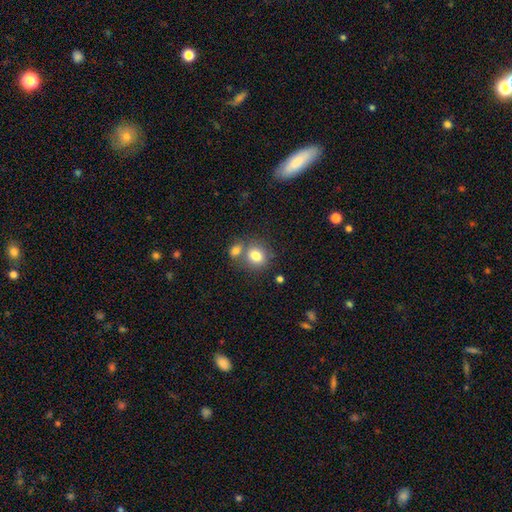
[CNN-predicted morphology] smooth 80%, featured or disk 10%, star or artifact 10%. Down the decision tree: how rounded — round (70%); merging — none (51%).